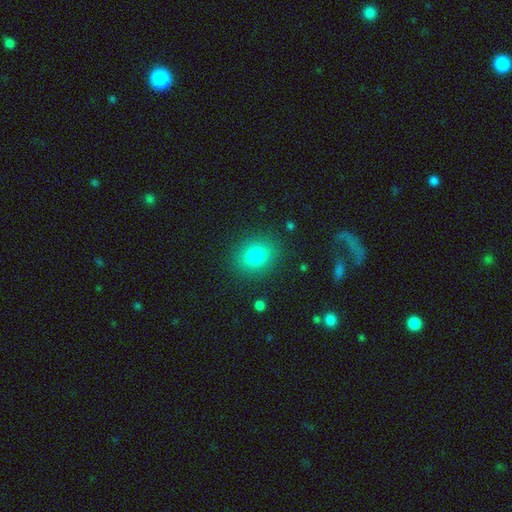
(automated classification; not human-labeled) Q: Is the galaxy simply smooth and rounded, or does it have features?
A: smooth — 81%.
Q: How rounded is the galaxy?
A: round — 58%.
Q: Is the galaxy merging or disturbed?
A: none — 87%.